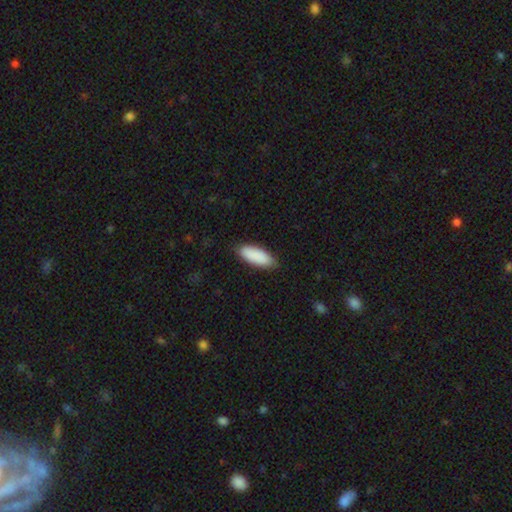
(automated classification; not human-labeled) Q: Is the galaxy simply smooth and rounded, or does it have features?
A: smooth — 90%.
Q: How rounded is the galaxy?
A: in between — 74%.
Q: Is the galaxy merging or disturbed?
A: none — 84%.